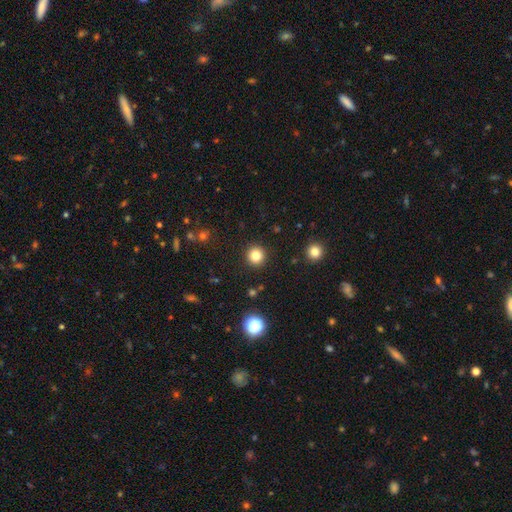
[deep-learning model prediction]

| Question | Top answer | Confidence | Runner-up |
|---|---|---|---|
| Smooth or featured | smooth | 81% | star or artifact (13%) |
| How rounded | round | 95% | in between (4%) |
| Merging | none | 92% | minor disturbance (5%) |